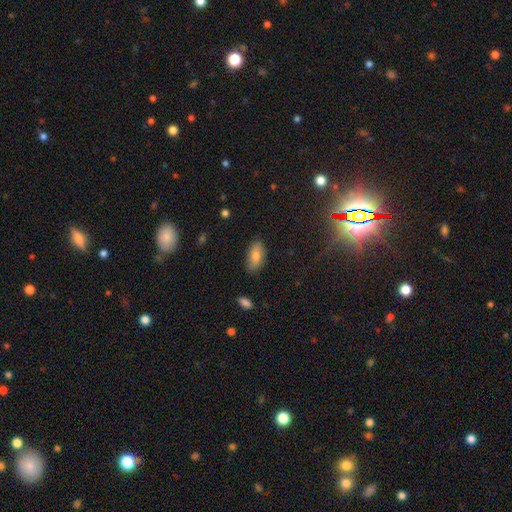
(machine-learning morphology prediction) This appears to be a smooth galaxy with no disk features (77%) that is in between round and cigar-shaped (92%). Merging: none (83%).